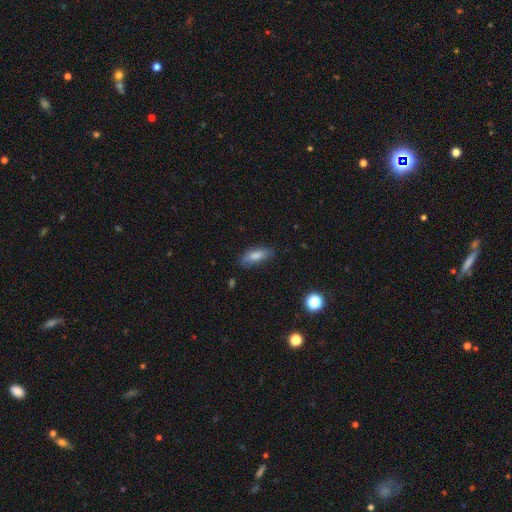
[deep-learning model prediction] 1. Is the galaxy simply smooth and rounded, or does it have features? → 80% smooth, 13% featured or disk, 8% star or artifact.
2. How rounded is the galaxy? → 63% in between, 35% cigar-shaped, 2% round.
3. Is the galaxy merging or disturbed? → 79% none, 16% minor disturbance, 3% major disturbance, 2% merger.